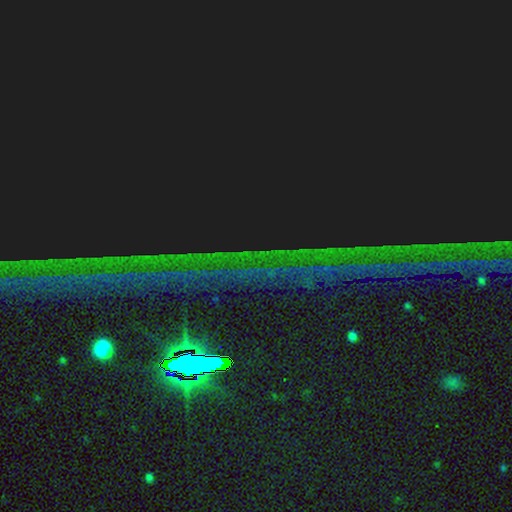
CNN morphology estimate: This appears to be a star or artifact, not a galaxy (89%).